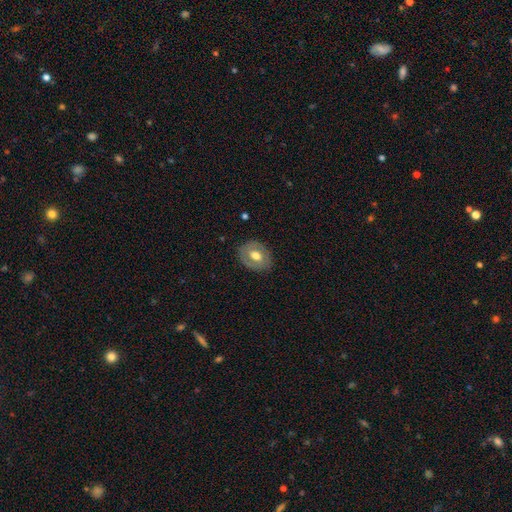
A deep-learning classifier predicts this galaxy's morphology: smooth_or_featured: smooth (p=0.53) [alt: featured or disk p=0.40]
how_rounded: in between (p=0.53) [alt: round p=0.46]
merging: none (p=0.82) [alt: minor disturbance p=0.13]